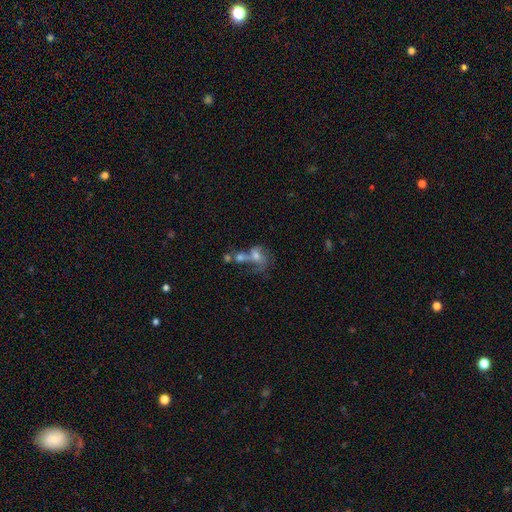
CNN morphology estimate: Overall: featured or disk (51%; smooth 34%). Edge-on disk: no (96%). Merging: merger (50%; none 21%).